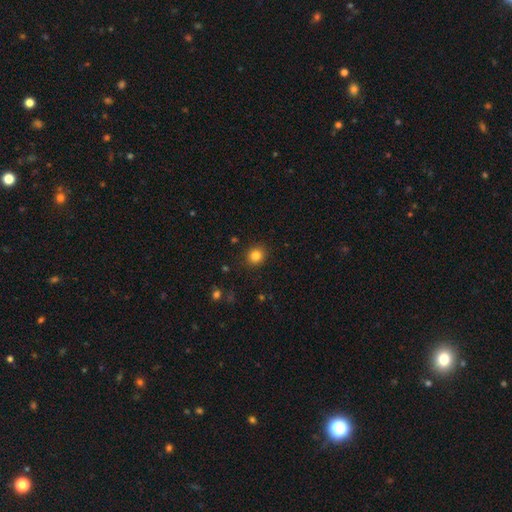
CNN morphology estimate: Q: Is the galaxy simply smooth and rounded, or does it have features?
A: smooth — 83%.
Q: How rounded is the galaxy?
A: round — 84%.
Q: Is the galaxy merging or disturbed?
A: none — 90%.